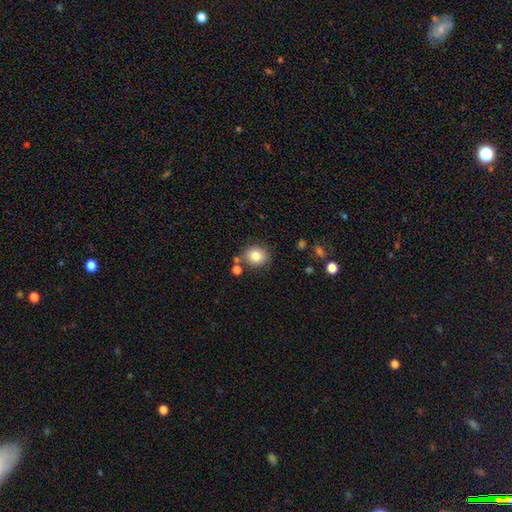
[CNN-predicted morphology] A smooth galaxy with no disk features (82%) that is round (78%).

Vote fractions:
- Smooth or featured? smooth: 82% / star or artifact: 10% / featured or disk: 8%
- How rounded? round: 78% / in between: 21% / cigar-shaped: 1%
- Merging? none: 76% / minor disturbance: 11% / merger: 10% / major disturbance: 3%